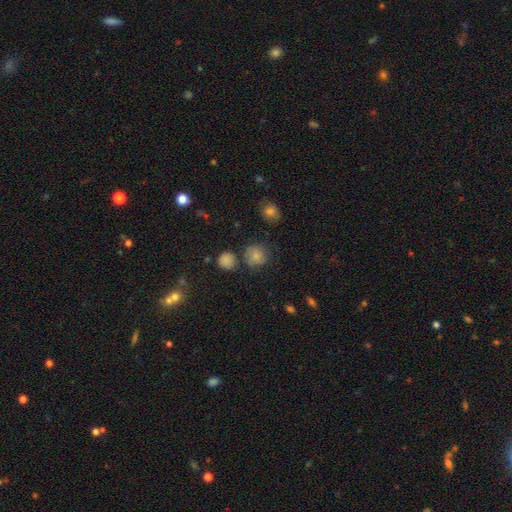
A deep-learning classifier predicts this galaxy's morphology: Overall: smooth (79%). How rounded: round (88%). Merging: none (73%).